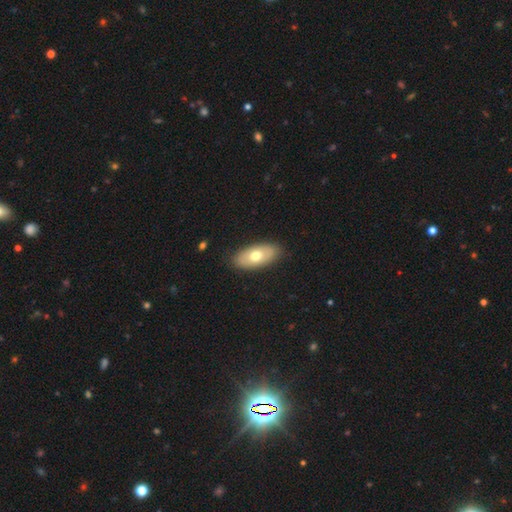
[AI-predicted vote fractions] Smooth or featured: smooth — 65% (featured or disk — 30%)
How rounded: in between — 91% (cigar-shaped — 5%)
Merging: none — 87% (minor disturbance — 10%)